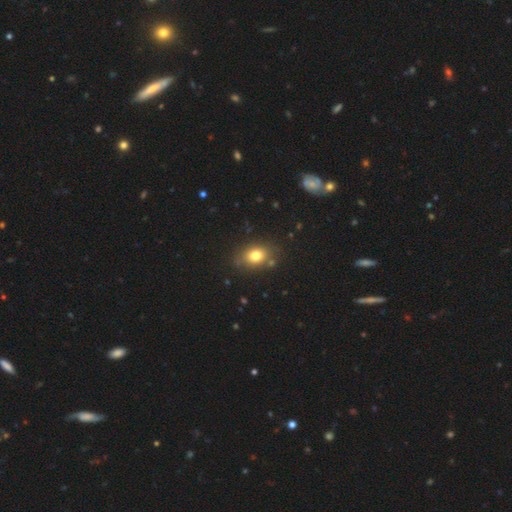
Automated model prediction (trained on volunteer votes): Smooth or featured? Predicted: smooth (p=0.78). How rounded? Predicted: in between (p=0.67). Merging? Predicted: none (p=0.80).